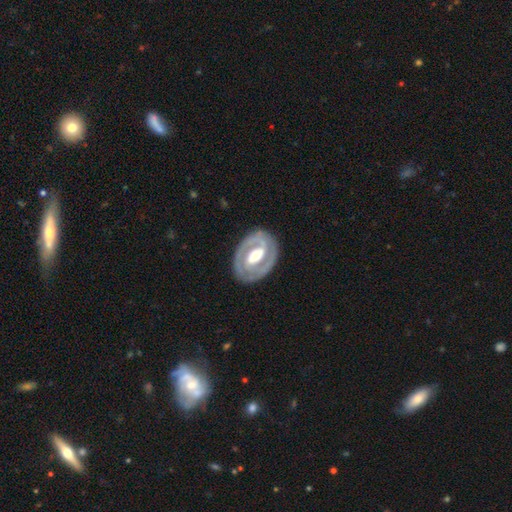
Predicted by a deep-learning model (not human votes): Smooth or featured?
  - featured or disk: 80% *
  - smooth: 16%
  - star or artifact: 4%
Edge-on disk?
  - no: 95% *
  - yes: 5%
Bar?
  - strong: 40% *
  - weak: 33%
  - no: 26%
Spiral arms?
  - yes: 65% *
  - no: 35%
Bulge size?
  - moderate: 65% *
  - small: 17%
  - large: 15%
  - dominant: 1%
  - none: 1%
Merging?
  - none: 83% *
  - minor disturbance: 11%
  - major disturbance: 4%
  - merger: 1%